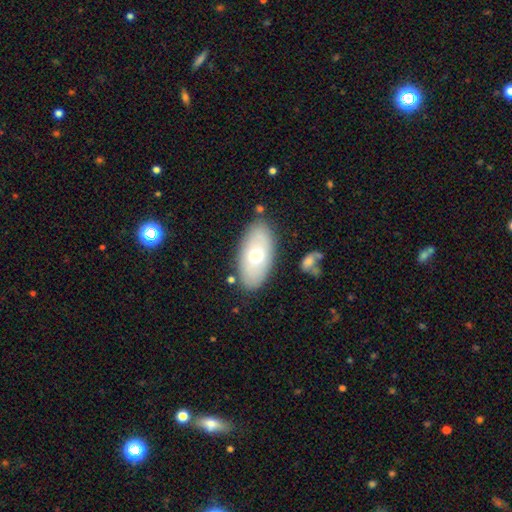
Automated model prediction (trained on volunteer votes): A smooth galaxy with no disk features (62%) that is in between round and cigar-shaped (93%). Merging: none (82%).